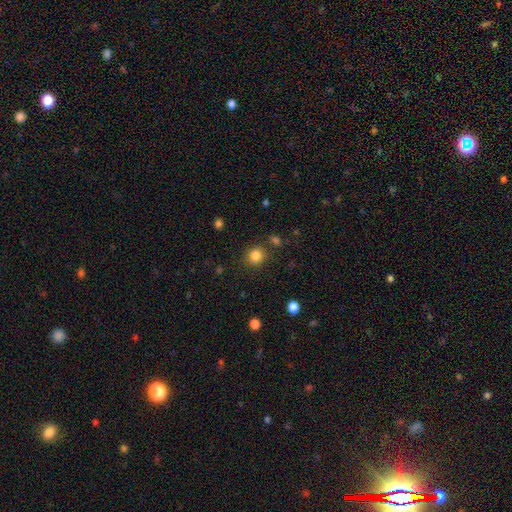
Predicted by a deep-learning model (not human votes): A smooth galaxy with no disk features (84%) that is round (86%).

Vote fractions:
- Smooth or featured? smooth: 84% / star or artifact: 12% / featured or disk: 5%
- How rounded? round: 86% / in between: 13% / cigar-shaped: 1%
- Merging? none: 85% / minor disturbance: 8% / merger: 4% / major disturbance: 3%